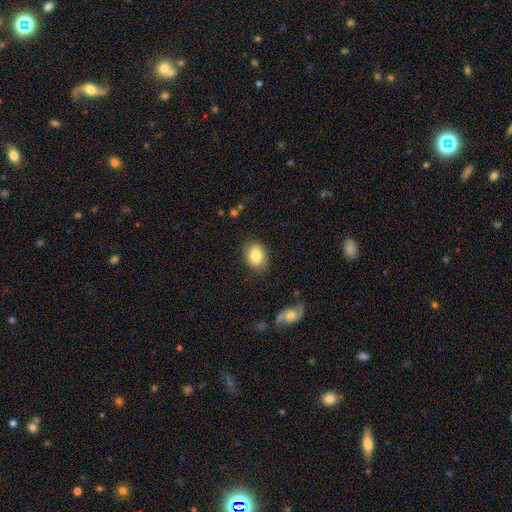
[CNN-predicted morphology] Q: Smooth or featured?
A: smooth (83%); runner-up: featured or disk (9%)
Q: How rounded?
A: in between (58%); runner-up: round (41%)
Q: Merging?
A: none (83%); runner-up: minor disturbance (13%)